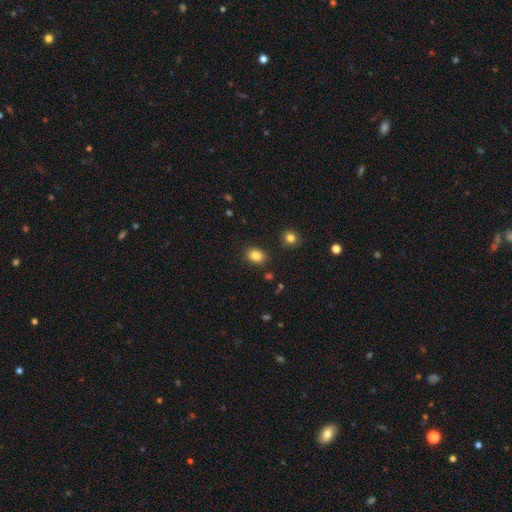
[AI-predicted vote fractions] Smooth or featured? Predicted: smooth (p=0.85). How rounded? Predicted: in between (p=0.59). Merging? Predicted: none (p=0.85).